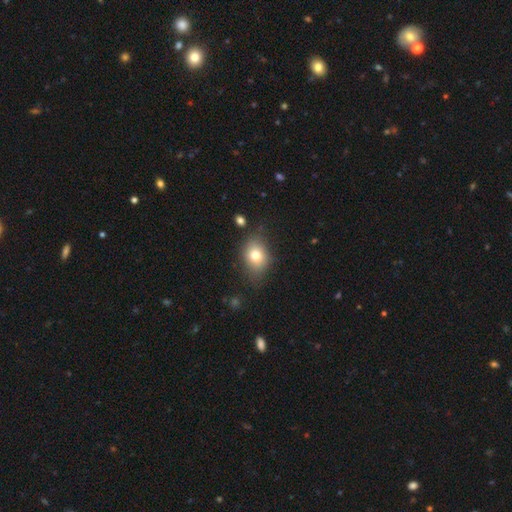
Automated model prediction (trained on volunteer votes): Overall: smooth (76%). How rounded: in between (63%; round 36%). Merging: none (73%).